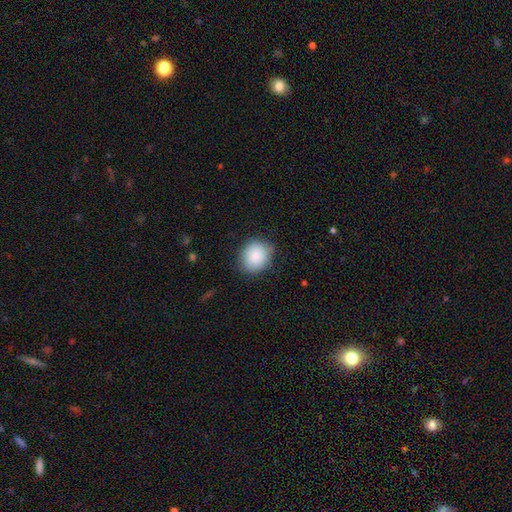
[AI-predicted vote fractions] smooth_or_featured: smooth (p=0.88) [alt: star or artifact p=0.07]
how_rounded: round (p=0.73) [alt: in between p=0.26]
merging: none (p=0.82) [alt: minor disturbance p=0.14]